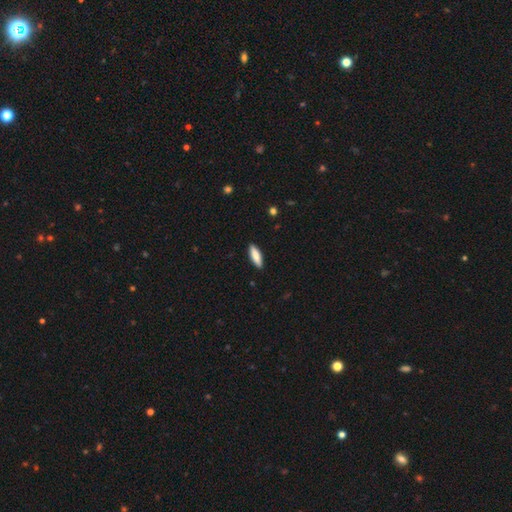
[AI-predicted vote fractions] smooth_or_featured: smooth (p=0.82) [alt: featured or disk p=0.12]
how_rounded: cigar-shaped (p=0.53) [alt: in between p=0.45]
merging: none (p=0.89) [alt: minor disturbance p=0.08]